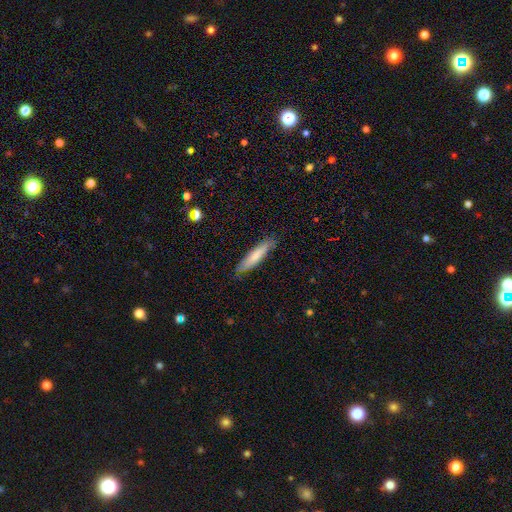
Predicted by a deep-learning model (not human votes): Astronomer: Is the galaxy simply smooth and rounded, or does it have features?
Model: smooth — 75%.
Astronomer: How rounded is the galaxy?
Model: cigar-shaped — 86%.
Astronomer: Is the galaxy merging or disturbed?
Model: none — 85%.